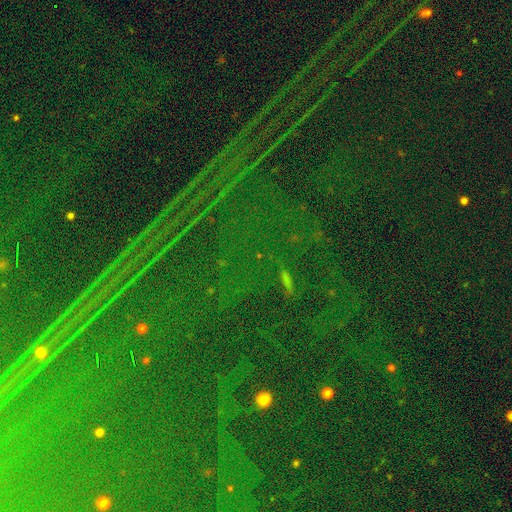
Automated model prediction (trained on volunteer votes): Q: Smooth or featured?
A: star or artifact (88%); runner-up: smooth (6%)